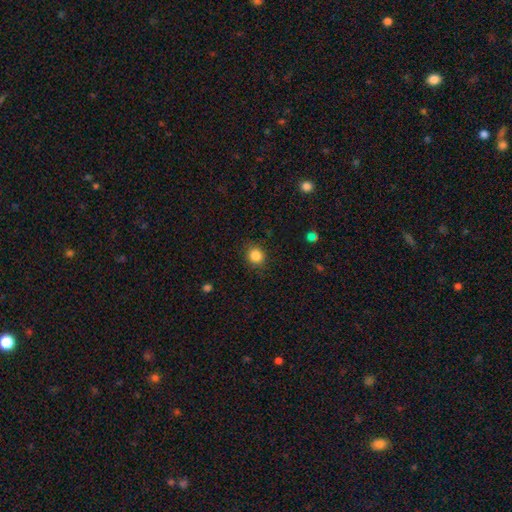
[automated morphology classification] type=smooth (85%); roundness=round (80%); merging=none (87%).